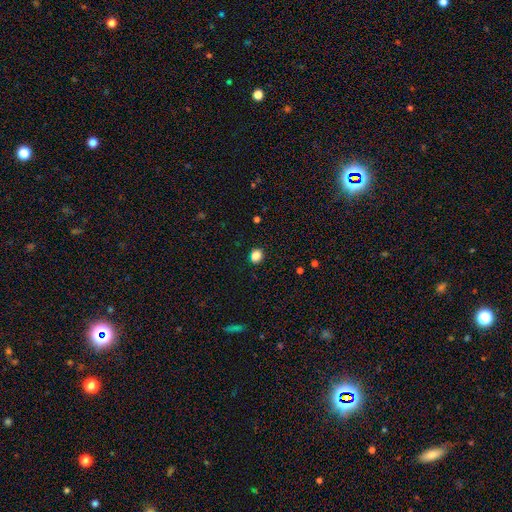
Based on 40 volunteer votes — Smooth or featured? smooth (88%)
How rounded? round (91%)
Merging? none (89%)